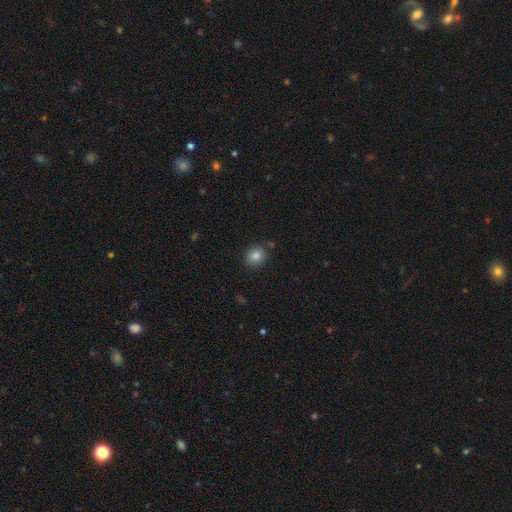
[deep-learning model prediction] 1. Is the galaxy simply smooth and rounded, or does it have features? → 84% smooth, 10% star or artifact, 5% featured or disk.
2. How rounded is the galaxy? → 68% round, 31% in between, 1% cigar-shaped.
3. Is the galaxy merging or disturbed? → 83% none, 11% minor disturbance, 3% merger, 3% major disturbance.